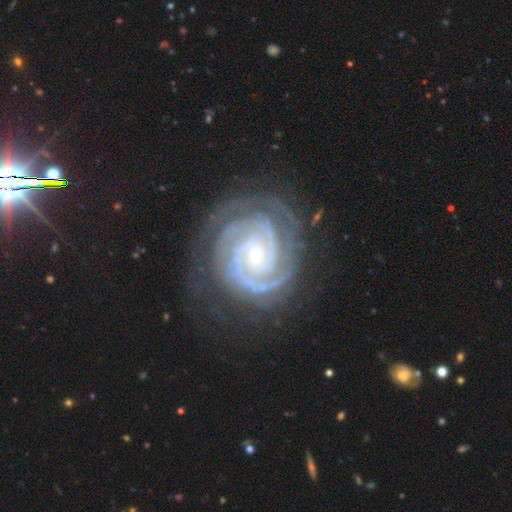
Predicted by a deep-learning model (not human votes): Overall: featured or disk (91%). Edge-on disk: no (98%). Bar: no (69%). Spiral arms: yes (98%). Spiral arm count: 2 (33%; 3 28%). Spiral winding: tight (80%). Bulge size: small (75%). Merging: none (72%).